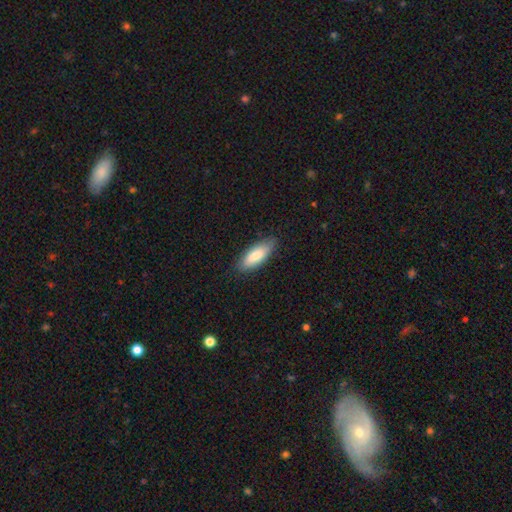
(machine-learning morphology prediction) A smooth galaxy with no disk features (79%) that is in between round and cigar-shaped (72%).

Vote fractions:
- Smooth or featured? smooth: 79% / featured or disk: 16% / star or artifact: 6%
- How rounded? in between: 72% / cigar-shaped: 26% / round: 2%
- Merging? none: 83% / minor disturbance: 14% / major disturbance: 2% / merger: 1%